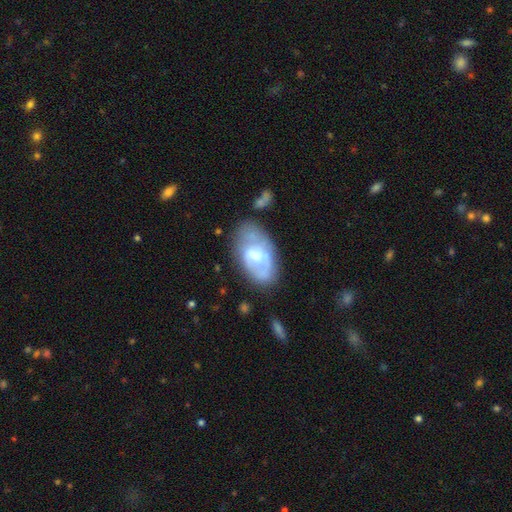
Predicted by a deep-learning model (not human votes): featured or disk 53%, smooth 40%, star or artifact 7%. Down the decision tree: edge-on disk — no (93%); merging — none (55%).